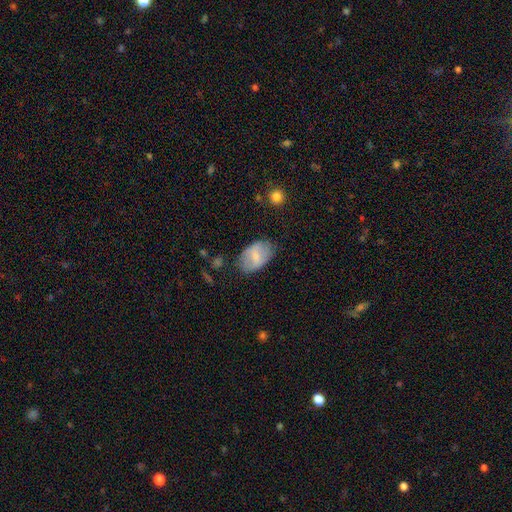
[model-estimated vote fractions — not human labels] smooth 62%, featured or disk 31%, star or artifact 7%. Down the decision tree: how rounded — in between (90%); merging — none (73%).